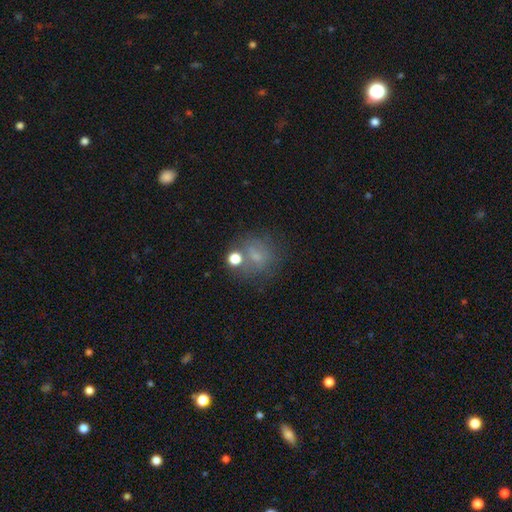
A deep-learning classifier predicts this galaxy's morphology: This appears to be a smooth galaxy with no disk features (59%) that is round (81%). Merging: none (61%).